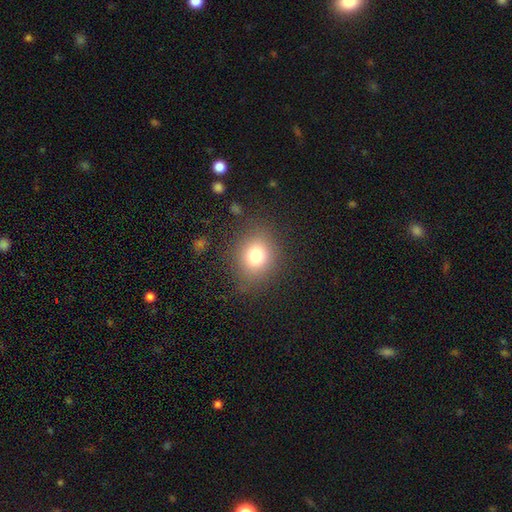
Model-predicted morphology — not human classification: The model was most divided on "how rounded": round: 71%, in between: 28%, cigar-shaped: 1%. More confident: merging — none (82%); smooth or featured — smooth (76%).